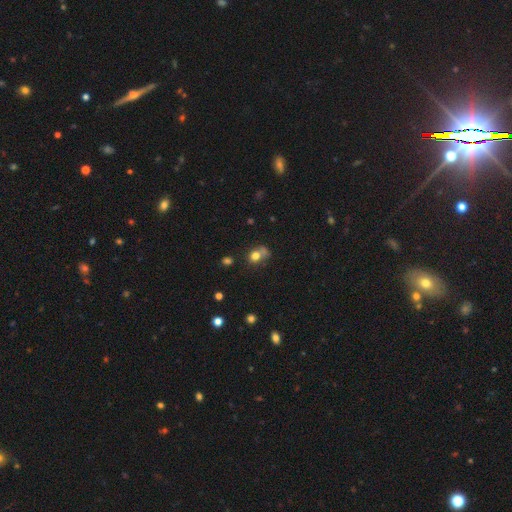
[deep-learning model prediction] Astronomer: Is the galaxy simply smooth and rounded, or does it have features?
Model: smooth — 74%.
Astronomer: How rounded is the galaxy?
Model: round — 66%.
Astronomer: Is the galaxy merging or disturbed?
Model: none — 44% (runner-up: merger, 25%).